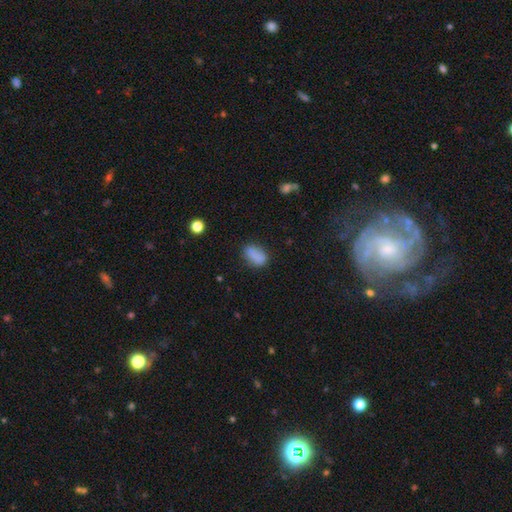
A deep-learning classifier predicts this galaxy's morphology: Q: Smooth or featured?
A: smooth (84%); runner-up: star or artifact (9%)
Q: How rounded?
A: in between (86%); runner-up: round (9%)
Q: Merging?
A: none (75%); runner-up: minor disturbance (17%)